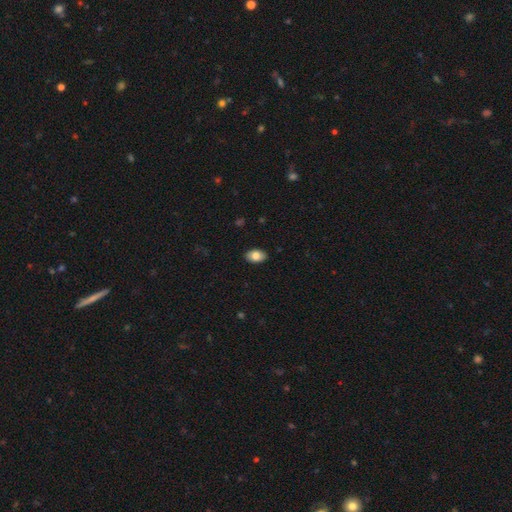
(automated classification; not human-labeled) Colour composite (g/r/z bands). It shows a smooth galaxy with no disk features (84%) that is in between round and cigar-shaped (91%). Merging: none (89%).